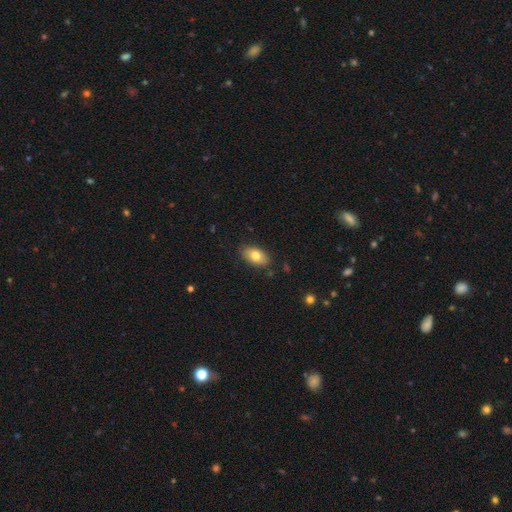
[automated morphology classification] This is likely a smooth galaxy (78%). How rounded: clearly in between (92%). Merging: clearly none (85%).